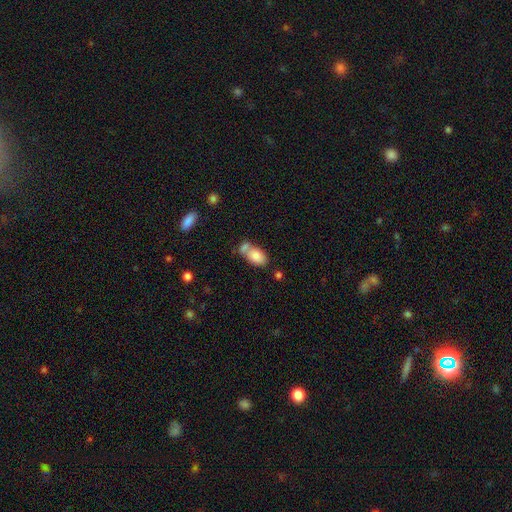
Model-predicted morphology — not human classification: A smooth galaxy with no disk features (80%) that is in between round and cigar-shaped (90%).

Vote fractions:
- Smooth or featured? smooth: 80% / featured or disk: 12% / star or artifact: 8%
- How rounded? in between: 90% / round: 8% / cigar-shaped: 2%
- Merging? merger: 48% / none: 34% / minor disturbance: 13% / major disturbance: 5%